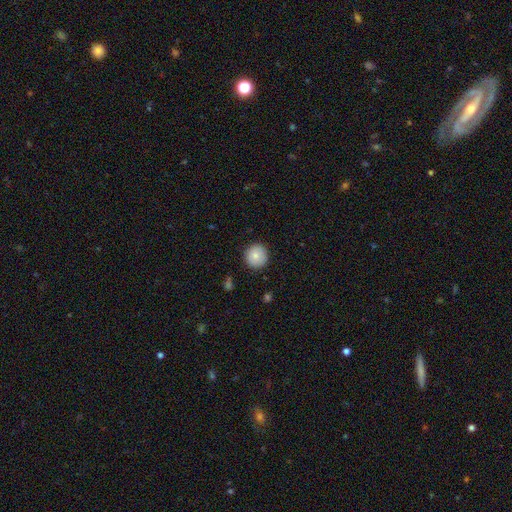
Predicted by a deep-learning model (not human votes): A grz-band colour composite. It shows a smooth galaxy with no disk features (83%) that is round (94%). Merging: none (89%).